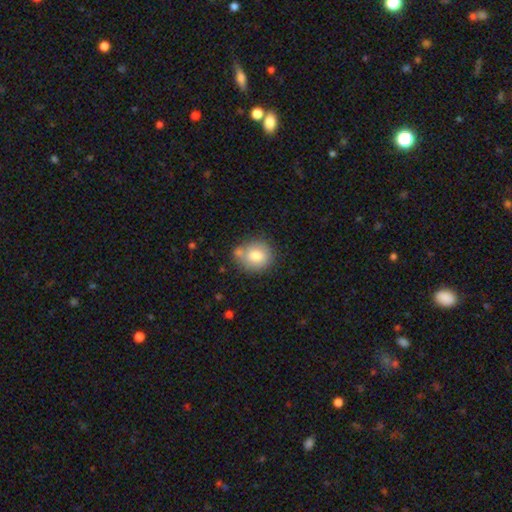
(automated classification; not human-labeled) smooth-or-featured: smooth: 78% | featured or disk: 13% | star or artifact: 9%
  how-rounded: round: 83% | in between: 16% | cigar-shaped: 1%
  merging: none: 65% | merger: 17% | minor disturbance: 15% | major disturbance: 4%